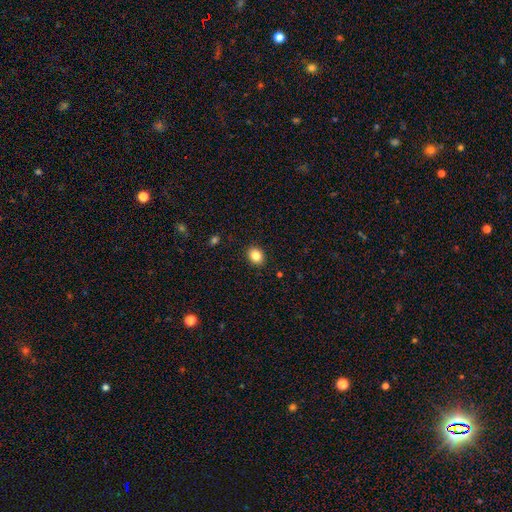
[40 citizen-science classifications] This is clearly a smooth galaxy (95%). How rounded: possibly round (53%). Merging: clearly none (92%).